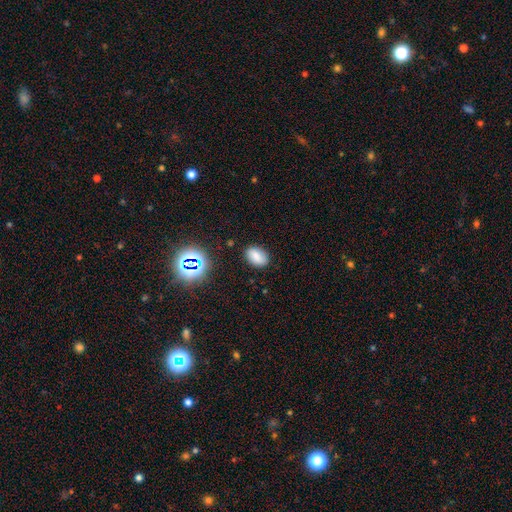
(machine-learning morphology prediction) Smooth or featured?
  - smooth: 78% *
  - star or artifact: 14%
  - featured or disk: 8%
How rounded?
  - in between: 85% *
  - round: 14%
  - cigar-shaped: 1%
Merging?
  - none: 83% *
  - minor disturbance: 12%
  - major disturbance: 3%
  - merger: 2%